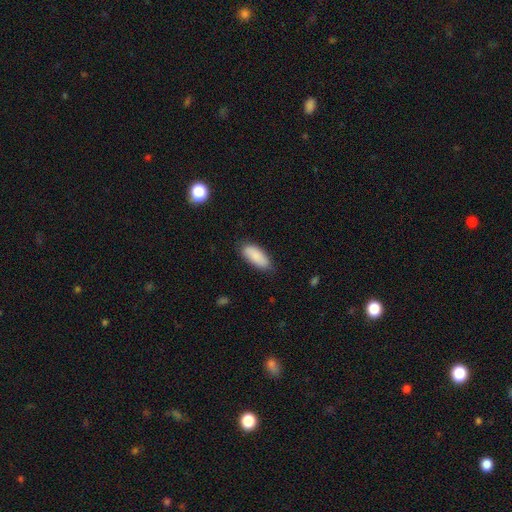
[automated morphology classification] Smooth or featured?
  - smooth: 88% *
  - star or artifact: 6%
  - featured or disk: 6%
How rounded?
  - in between: 82% *
  - cigar-shaped: 17%
  - round: 2%
Merging?
  - none: 81% *
  - minor disturbance: 15%
  - major disturbance: 3%
  - merger: 1%